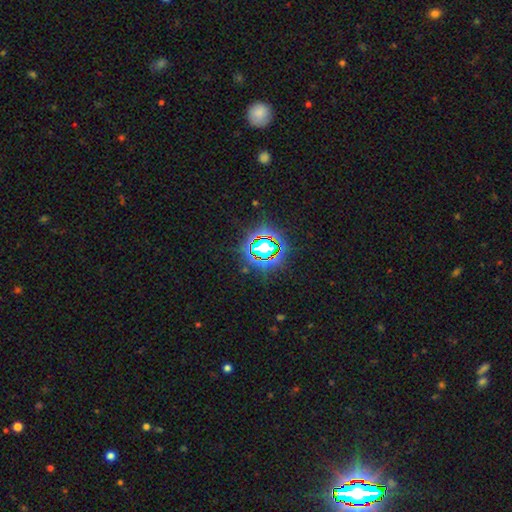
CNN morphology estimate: star or artifact 81%, smooth 12%, featured or disk 8%.